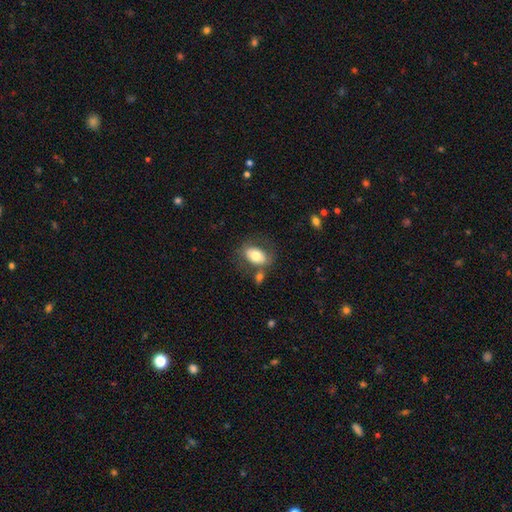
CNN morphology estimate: This is likely a smooth galaxy (71%). How rounded: clearly in between (86%). Merging: likely none (61%).